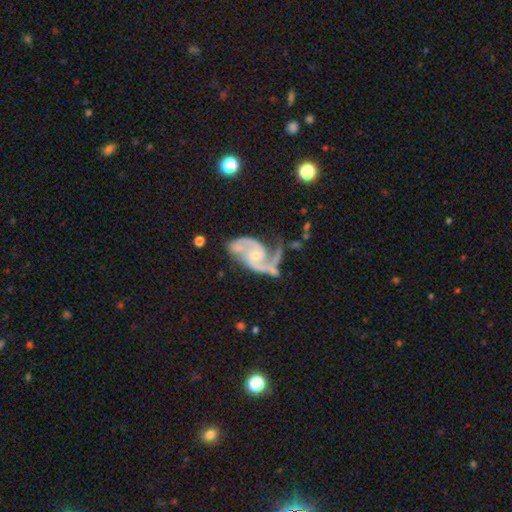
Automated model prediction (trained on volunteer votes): A featured or disk galaxy (92%) with no bar (57%), 2 (89%) medium (55%) spiral arms (98%) and a small central bulge (64%). Merging: none (49%).